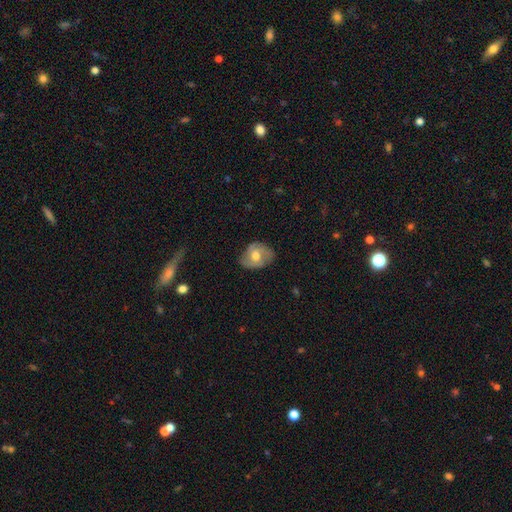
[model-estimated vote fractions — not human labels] This appears to be a featured or disk galaxy (48%). Merging: none (65%).